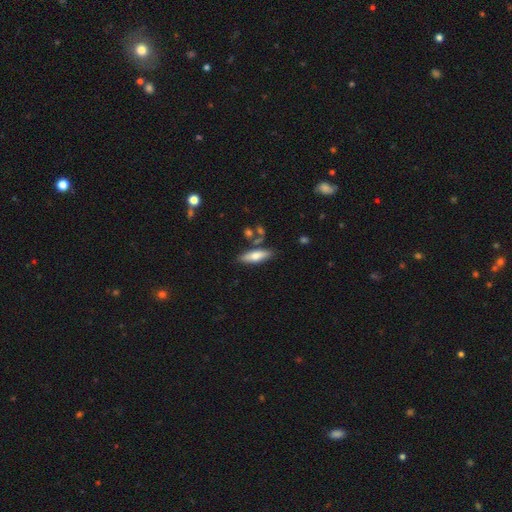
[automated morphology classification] This appears to be a smooth galaxy with no disk features (66%) that is cigar-shaped (53%). Merging: none (74%).